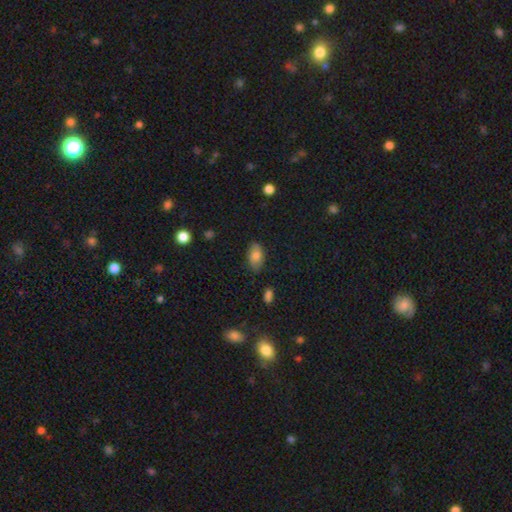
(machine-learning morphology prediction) Q: Smooth or featured?
A: smooth (78%); runner-up: featured or disk (13%)
Q: How rounded?
A: in between (91%); runner-up: round (6%)
Q: Merging?
A: none (79%); runner-up: minor disturbance (17%)